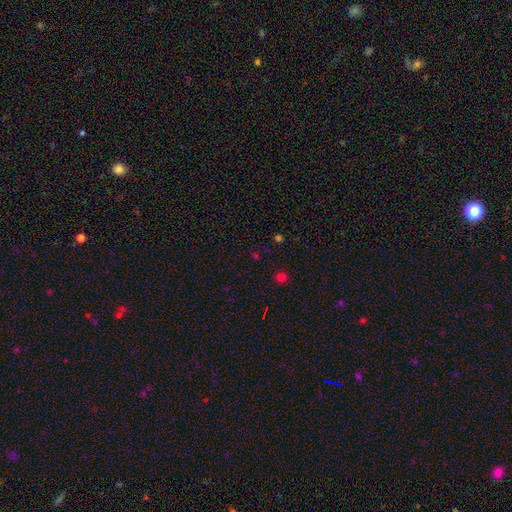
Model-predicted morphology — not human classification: type=star or artifact (54%).